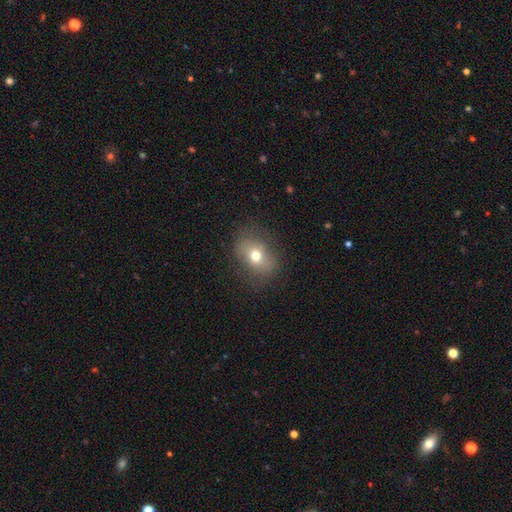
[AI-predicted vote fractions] A smooth galaxy with no disk features (69%) that is in between round and cigar-shaped (62%). Merging: none (78%).